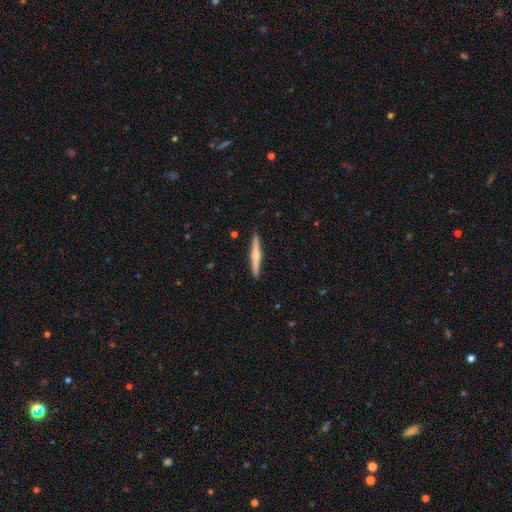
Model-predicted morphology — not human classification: This appears to be a featured or disk galaxy (49%). Merging: none (91%).